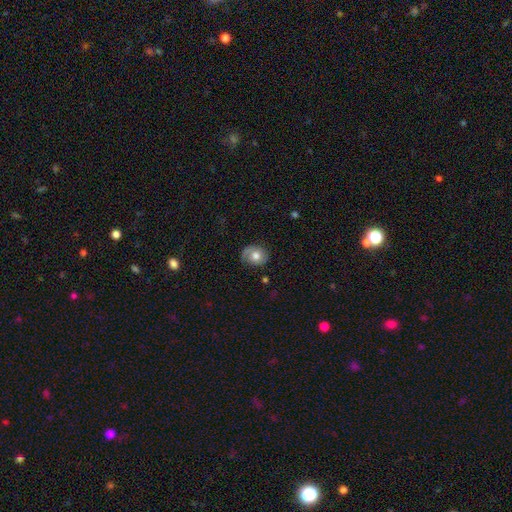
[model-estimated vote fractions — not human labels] Smooth or featured?
  - smooth: 61% *
  - featured or disk: 31%
  - star or artifact: 8%
How rounded?
  - round: 66% *
  - in between: 33%
  - cigar-shaped: 1%
Merging?
  - none: 69% *
  - minor disturbance: 22%
  - major disturbance: 7%
  - merger: 1%